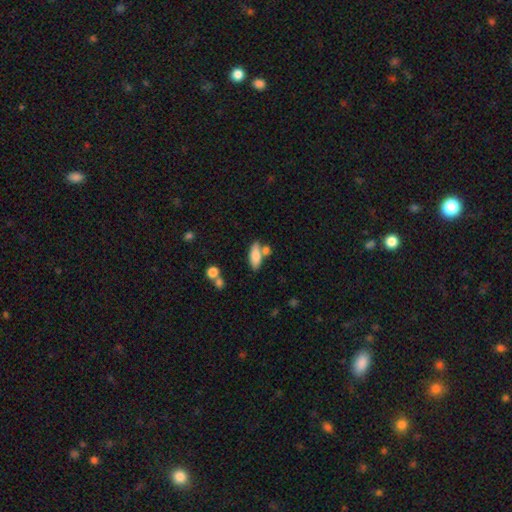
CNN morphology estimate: Q: Smooth or featured?
A: smooth (77%); runner-up: featured or disk (16%)
Q: How rounded?
A: in between (69%); runner-up: cigar-shaped (28%)
Q: Merging?
A: none (55%); runner-up: merger (25%)